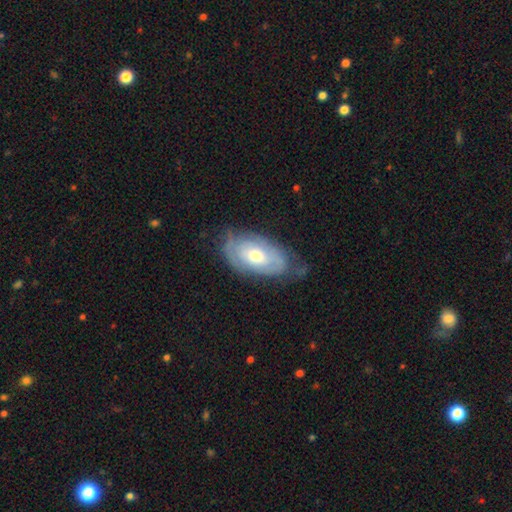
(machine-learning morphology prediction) The model was most divided on "merging": none: 63%, minor disturbance: 27%, major disturbance: 8%, merger: 1%. More confident: edge-on disk — no (91%); spiral arms — yes (72%); bar — no (72%); bulge size — moderate (70%); smooth or featured — featured or disk (67%).